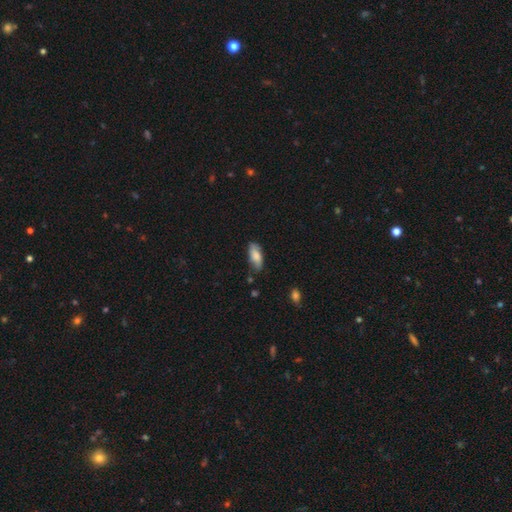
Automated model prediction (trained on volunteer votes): smooth-or-featured: smooth: 77% | featured or disk: 17% | star or artifact: 7%
  how-rounded: in between: 84% | cigar-shaped: 13% | round: 2%
  merging: none: 68% | minor disturbance: 25% | major disturbance: 5% | merger: 3%